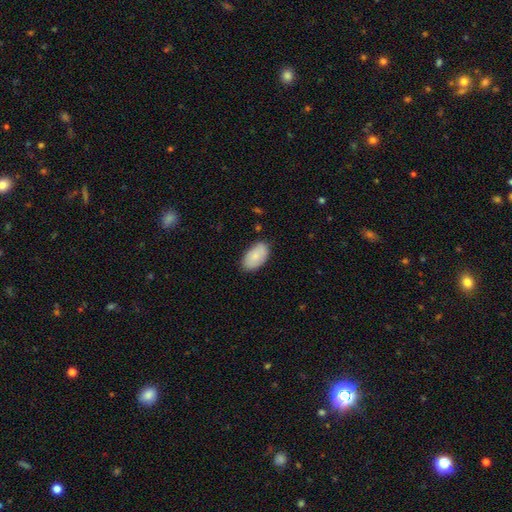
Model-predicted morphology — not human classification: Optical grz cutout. It shows a smooth galaxy with no disk features (81%) that is in between round and cigar-shaped (95%). Merging: none (82%).